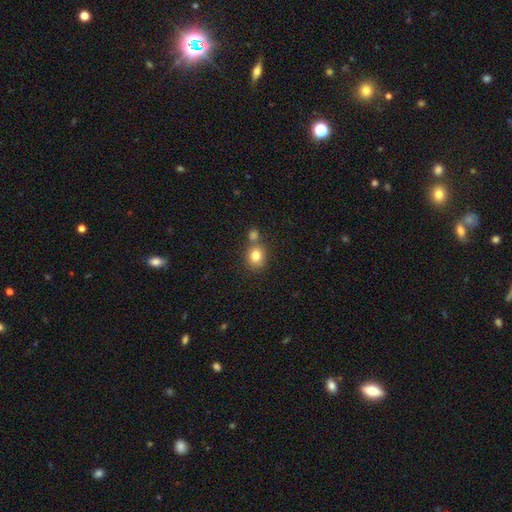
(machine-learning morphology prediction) A smooth galaxy with no disk features (80%) that is round (72%).

Vote fractions:
- Smooth or featured? smooth: 80% / star or artifact: 11% / featured or disk: 8%
- How rounded? round: 72% / in between: 27% / cigar-shaped: 1%
- Merging? none: 61% / merger: 27% / minor disturbance: 10% / major disturbance: 3%